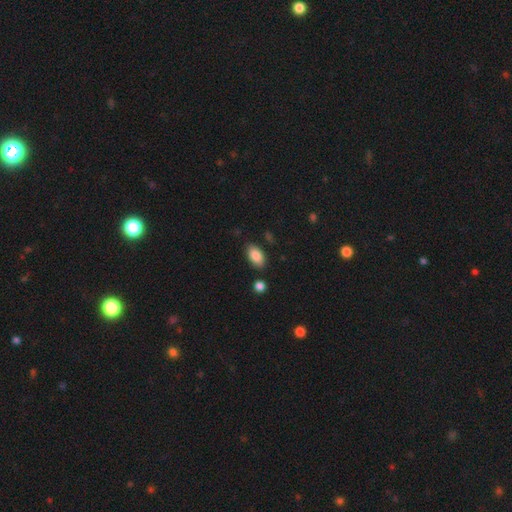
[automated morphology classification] Smooth or featured?
  - smooth: 86% *
  - featured or disk: 7%
  - star or artifact: 7%
How rounded?
  - in between: 93% *
  - round: 4%
  - cigar-shaped: 3%
Merging?
  - none: 83% *
  - minor disturbance: 11%
  - merger: 3%
  - major disturbance: 2%